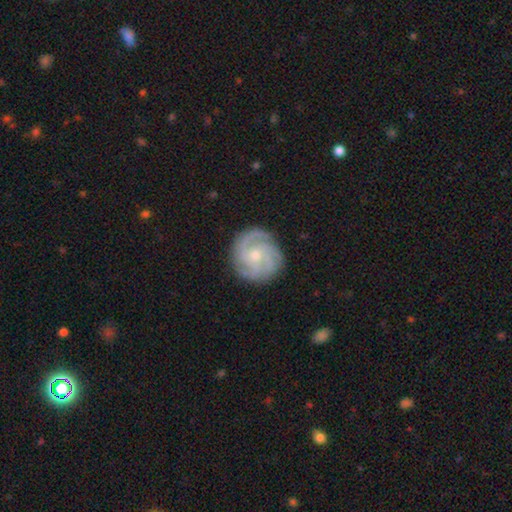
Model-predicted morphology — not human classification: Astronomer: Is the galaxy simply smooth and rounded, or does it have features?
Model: featured or disk — 86%.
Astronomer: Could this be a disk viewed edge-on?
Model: no — 98%.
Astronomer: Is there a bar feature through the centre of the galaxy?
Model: no — 70%.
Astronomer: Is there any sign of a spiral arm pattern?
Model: yes — 98%.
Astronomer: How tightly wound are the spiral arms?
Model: tight — 65%.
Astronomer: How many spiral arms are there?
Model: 3 — 41% (runner-up: 4, 22%).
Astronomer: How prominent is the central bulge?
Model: small — 53% (runner-up: moderate, 43%).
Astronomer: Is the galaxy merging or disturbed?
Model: none — 83%.